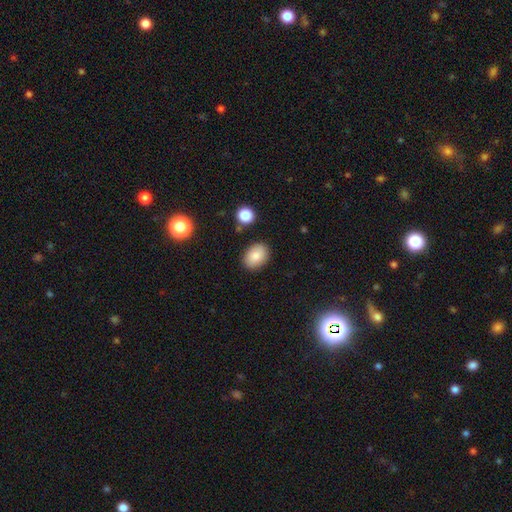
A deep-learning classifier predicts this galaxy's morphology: Smooth or featured?
  - smooth: 84% *
  - star or artifact: 9%
  - featured or disk: 8%
How rounded?
  - in between: 79% *
  - round: 20%
  - cigar-shaped: 1%
Merging?
  - none: 86% *
  - minor disturbance: 10%
  - major disturbance: 2%
  - merger: 2%